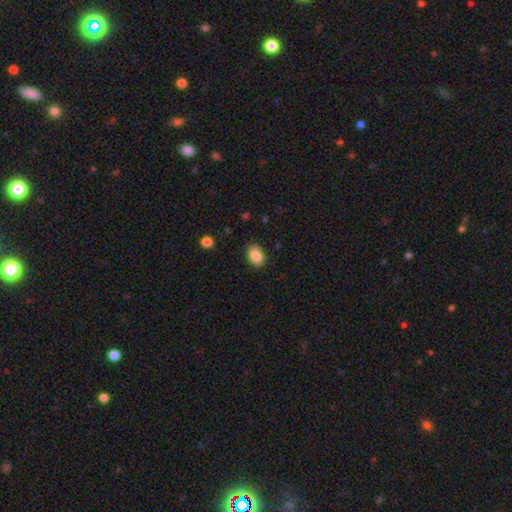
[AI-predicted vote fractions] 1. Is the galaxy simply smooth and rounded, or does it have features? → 87% smooth, 8% star or artifact, 5% featured or disk.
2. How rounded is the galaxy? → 79% in between, 20% round, 1% cigar-shaped.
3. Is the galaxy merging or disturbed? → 87% none, 10% minor disturbance, 2% major disturbance, 1% merger.